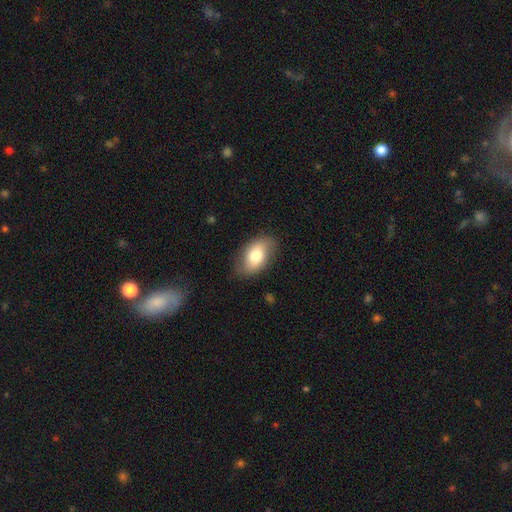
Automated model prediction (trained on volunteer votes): This appears to be a smooth galaxy with no disk features (71%) that is in between round and cigar-shaped (91%). Merging: none (81%).